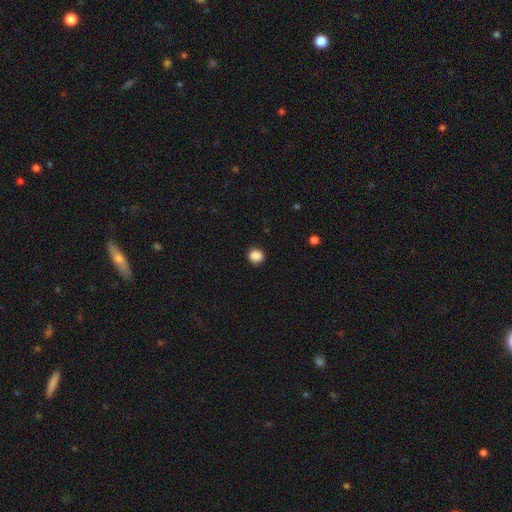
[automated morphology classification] Smooth or featured? Predicted: smooth (p=0.88). How rounded? Predicted: round (p=0.85). Merging? Predicted: none (p=0.88).